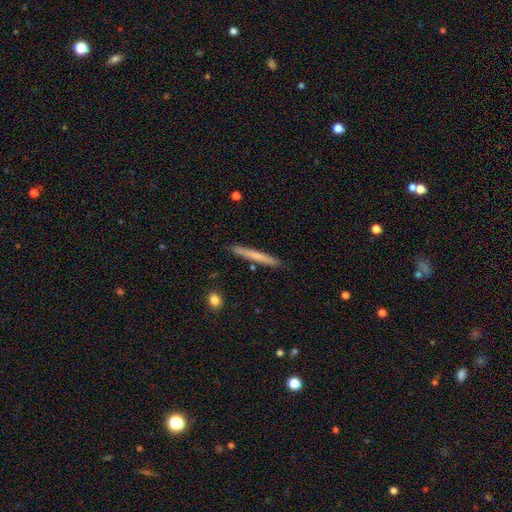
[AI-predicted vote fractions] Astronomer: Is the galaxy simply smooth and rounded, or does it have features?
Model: smooth — 65%.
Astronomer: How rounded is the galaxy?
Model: cigar-shaped — 97%.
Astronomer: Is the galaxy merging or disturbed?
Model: none — 90%.